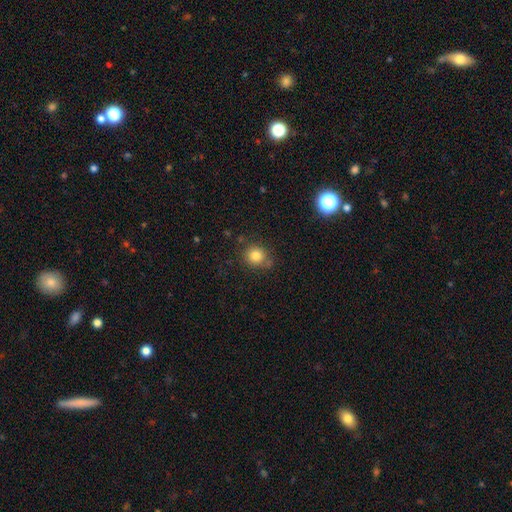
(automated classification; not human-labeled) This appears to be a smooth galaxy with no disk features (82%) that is round (86%). Merging: none (77%).